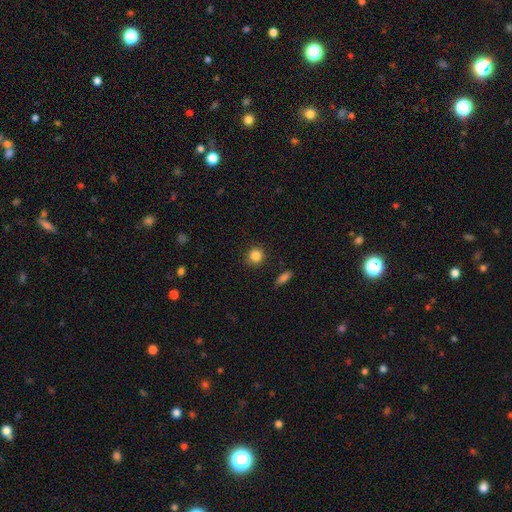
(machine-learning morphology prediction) Q: Smooth or featured?
A: smooth (85%); runner-up: star or artifact (11%)
Q: How rounded?
A: round (90%); runner-up: in between (9%)
Q: Merging?
A: none (87%); runner-up: minor disturbance (9%)